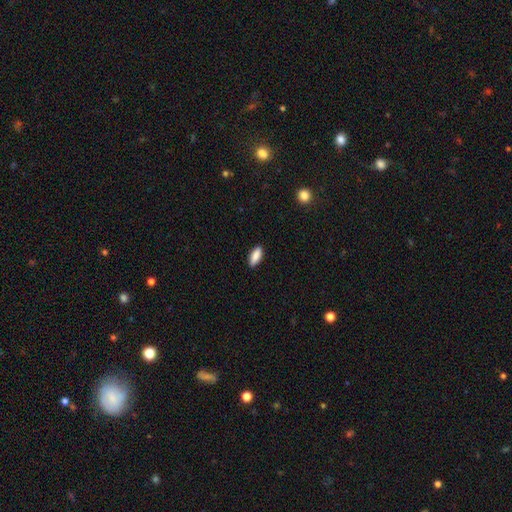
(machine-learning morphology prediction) type=smooth (87%); roundness=in between (72%); merging=none (89%).